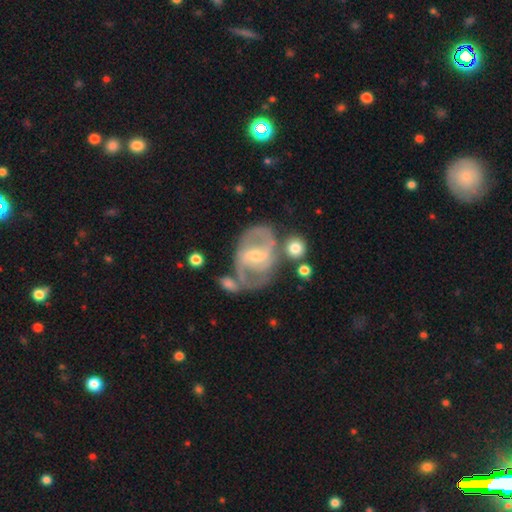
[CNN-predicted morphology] Smooth or featured? Predicted: featured or disk (p=0.84). Edge-on disk? Predicted: no (p=0.96). Bar? Predicted: weak (p=0.45). Spiral arms? Predicted: yes (p=0.88). Spiral winding? Predicted: medium (p=0.47). Spiral arm count? Predicted: 2 (p=0.73). Bulge size? Predicted: small (p=0.55). Merging? Predicted: none (p=0.54).